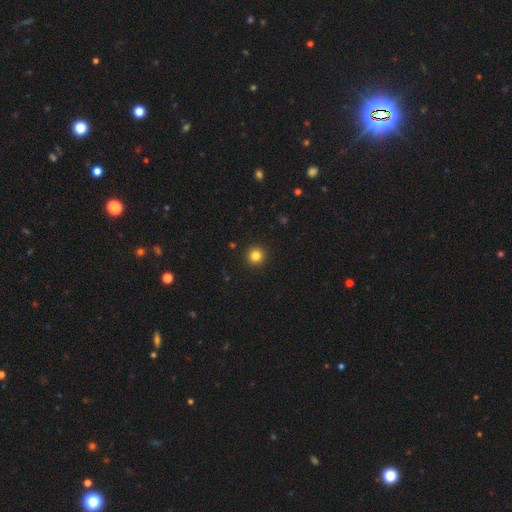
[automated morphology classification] smooth 83%, star or artifact 12%, featured or disk 5%. Down the decision tree: how rounded — round (96%); merging — none (94%).